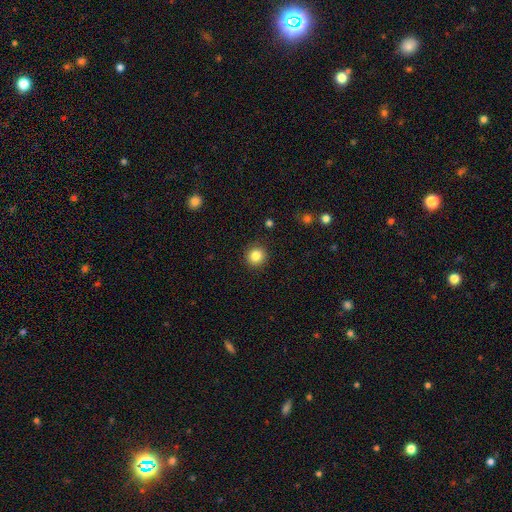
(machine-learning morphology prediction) smooth 85%, star or artifact 10%, featured or disk 5%. Down the decision tree: how rounded — round (91%); merging — none (90%).